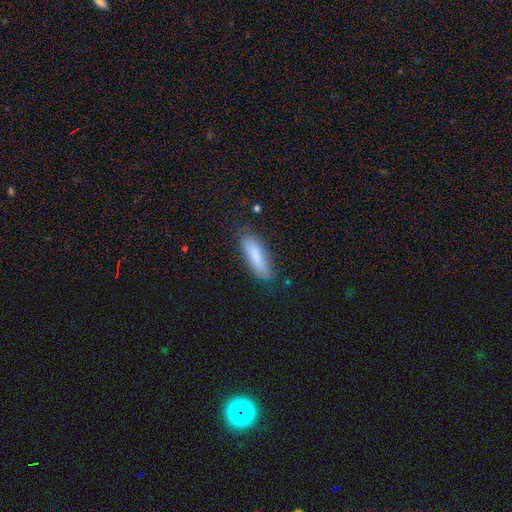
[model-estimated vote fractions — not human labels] smooth-or-featured: smooth: 83% | featured or disk: 11% | star or artifact: 7%
  how-rounded: in between: 50% | cigar-shaped: 48% | round: 2%
  merging: none: 78% | minor disturbance: 17% | major disturbance: 4% | merger: 2%